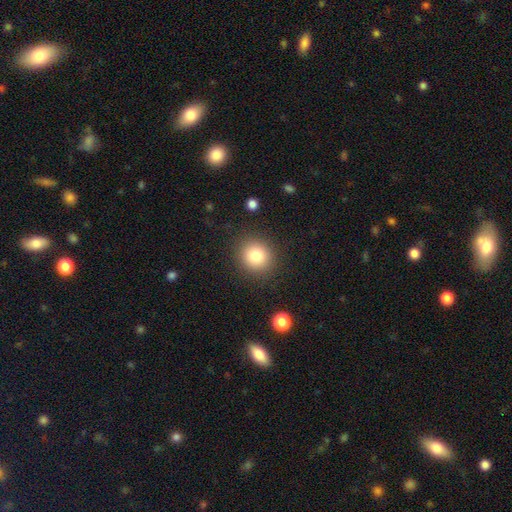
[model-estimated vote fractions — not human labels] Q: Smooth or featured?
A: smooth (81%); runner-up: star or artifact (11%)
Q: How rounded?
A: round (87%); runner-up: in between (12%)
Q: Merging?
A: none (88%); runner-up: minor disturbance (7%)